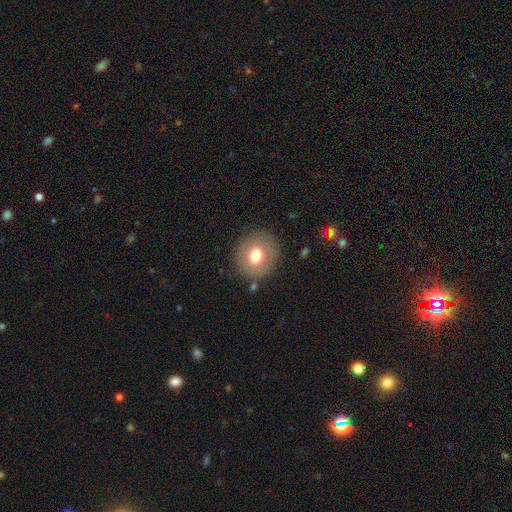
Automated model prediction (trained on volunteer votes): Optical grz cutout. It shows a smooth galaxy with no disk features (73%) that is round (90%). Merging: none (86%).